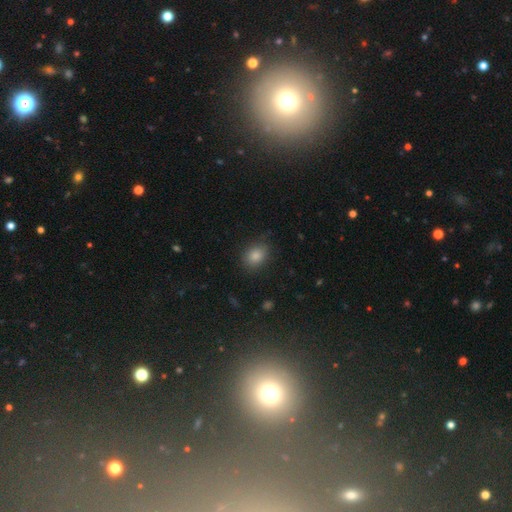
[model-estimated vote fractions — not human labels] Smooth or featured? smooth (85%)
How rounded? in between (54%)
Merging? none (82%)